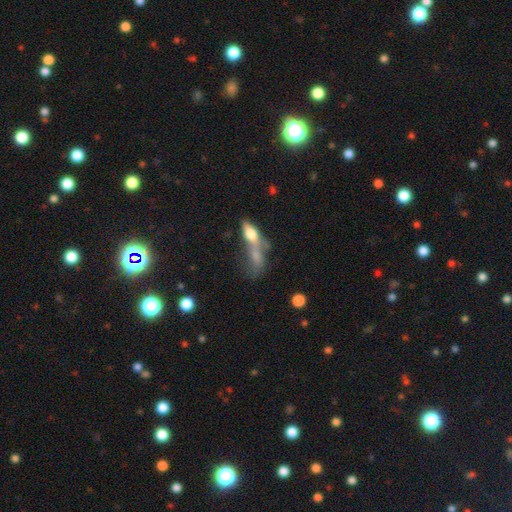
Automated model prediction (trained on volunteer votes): Smooth or featured? Predicted: smooth (p=0.52). How rounded? Predicted: in between (p=0.53). Merging? Predicted: merger (p=0.55).